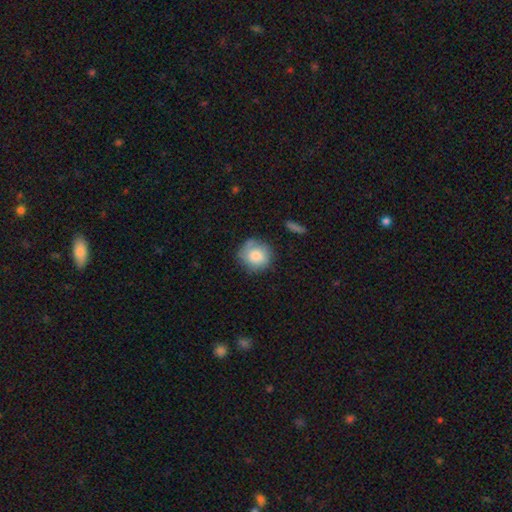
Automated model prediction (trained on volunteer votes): This is likely a smooth galaxy (78%). How rounded: clearly round (87%). Merging: likely none (71%).